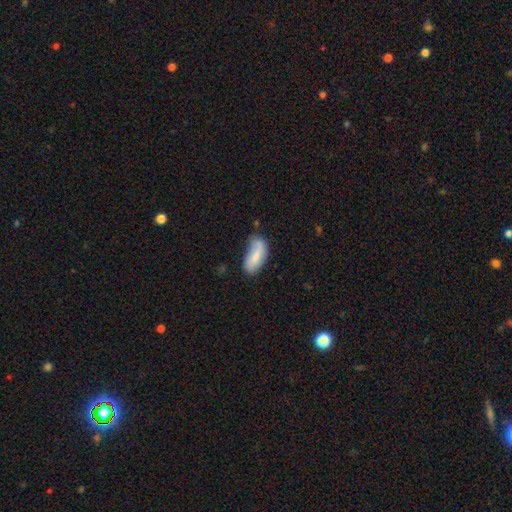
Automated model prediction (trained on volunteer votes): smooth 74%, featured or disk 19%, star or artifact 7%. Down the decision tree: how rounded — in between (88%); merging — none (50%).